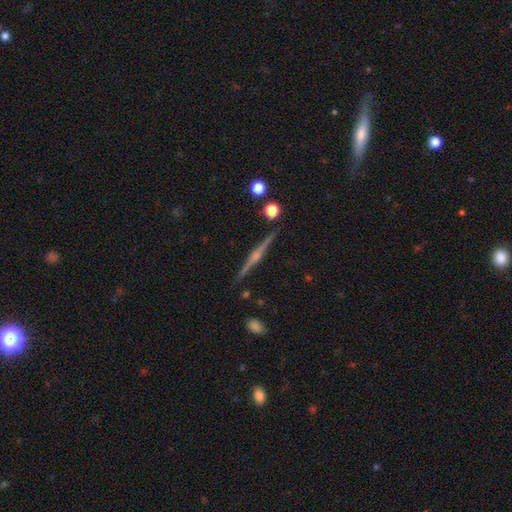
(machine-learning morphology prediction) smooth-or-featured: featured or disk: 83% | smooth: 10% | star or artifact: 6%
  disk-edge-on: yes: 99% | no: 1%
    edge-on-bulge: rounded: 84% | boxy: 8% | none: 8%
  merging: none: 91% | minor disturbance: 6% | merger: 2% | major disturbance: 1%